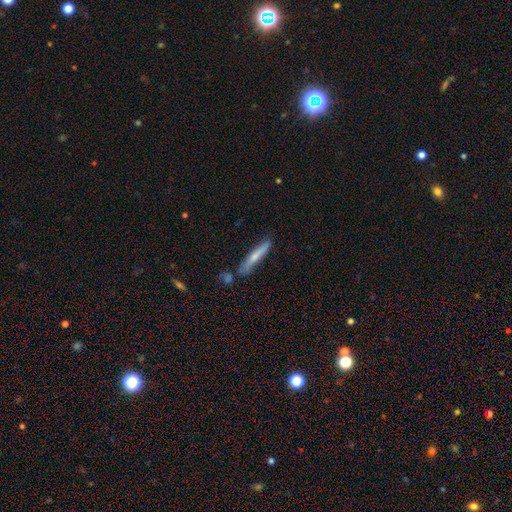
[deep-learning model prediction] Smooth or featured?
  - smooth: 56% *
  - featured or disk: 39%
  - star or artifact: 6%
How rounded?
  - cigar-shaped: 94% *
  - in between: 5%
  - round: 1%
Merging?
  - none: 73% *
  - minor disturbance: 16%
  - merger: 7%
  - major disturbance: 3%